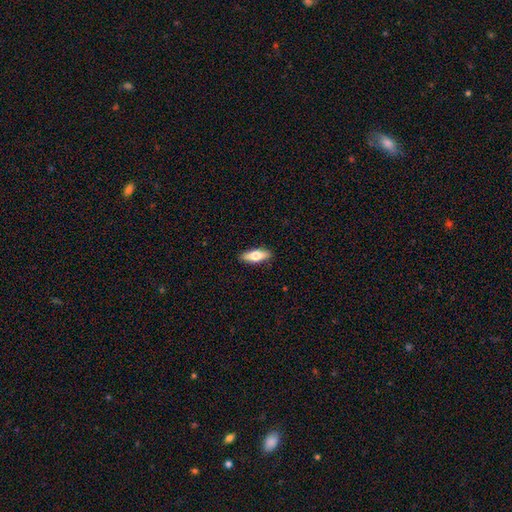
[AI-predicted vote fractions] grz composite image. It shows a smooth galaxy with no disk features (66%) that is in between round and cigar-shaped (66%). Merging: none (89%).